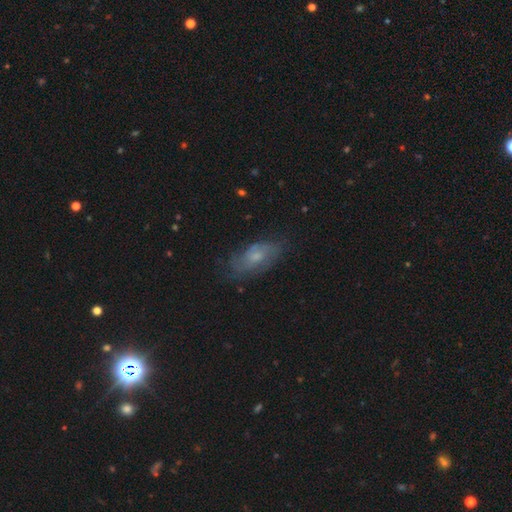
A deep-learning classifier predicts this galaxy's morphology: smooth_or_featured: featured or disk (p=0.51) [alt: smooth p=0.37]
disk_edge_on: no (p=0.89) [alt: yes p=0.11]
merging: none (p=0.71) [alt: minor disturbance p=0.20]